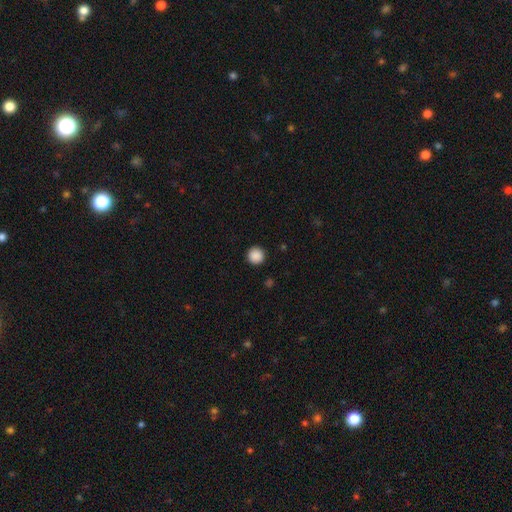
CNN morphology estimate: Overall: smooth (88%). How rounded: round (96%). Merging: none (93%).